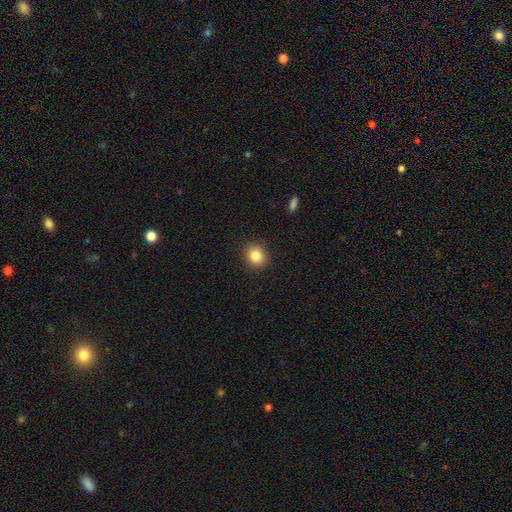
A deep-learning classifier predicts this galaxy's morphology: The model was most divided on "how rounded": round: 75%, in between: 24%, cigar-shaped: 1%. More confident: merging — none (90%); smooth or featured — smooth (83%).